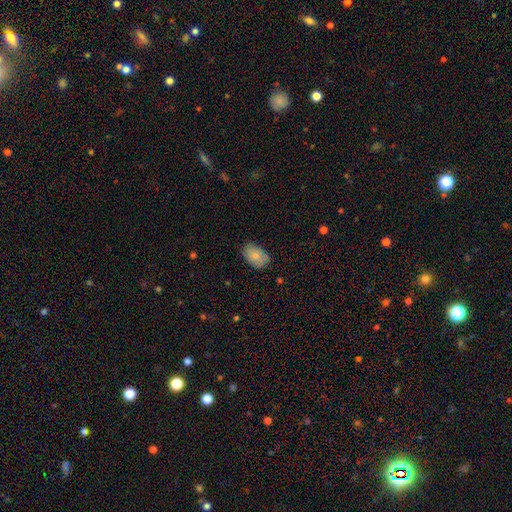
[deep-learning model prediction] This appears to be a smooth galaxy with no disk features (80%) that is in between round and cigar-shaped (86%). Merging: none (76%).